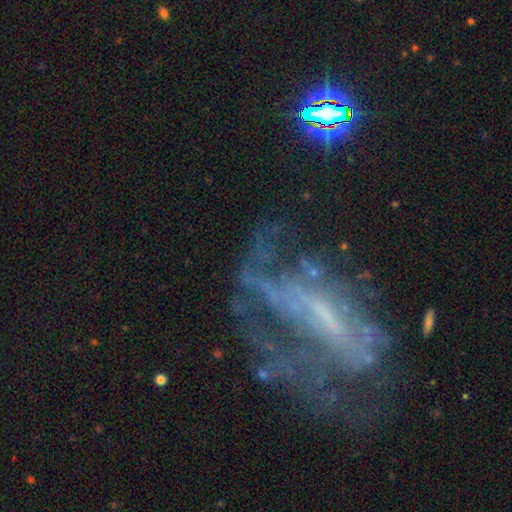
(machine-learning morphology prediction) This appears to be a featured or disk galaxy (67%) with no bar (39%), spiral arms (51%) and no central bulge (47%). Merging: major disturbance (43%).